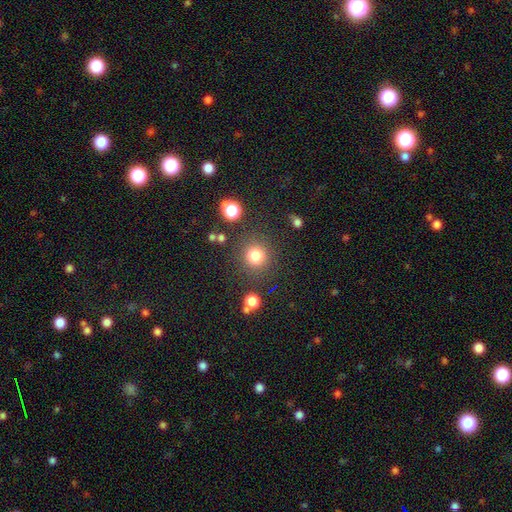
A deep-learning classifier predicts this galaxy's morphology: Smooth or featured: smooth — 80% (star or artifact — 14%)
How rounded: round — 92% (in between — 7%)
Merging: none — 84% (minor disturbance — 8%)